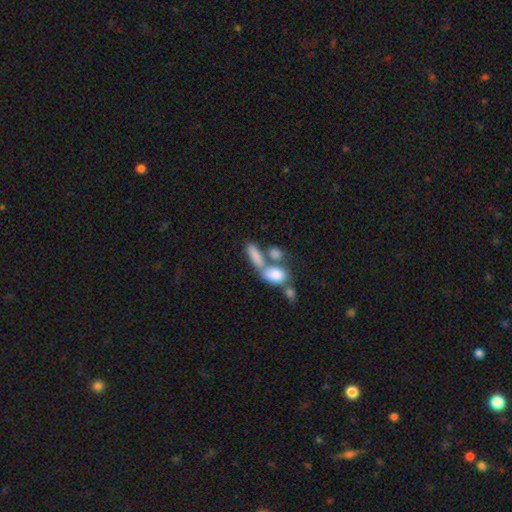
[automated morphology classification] Overall: smooth (78%). How rounded: in between (72%). Merging: merger (51%; none 32%).